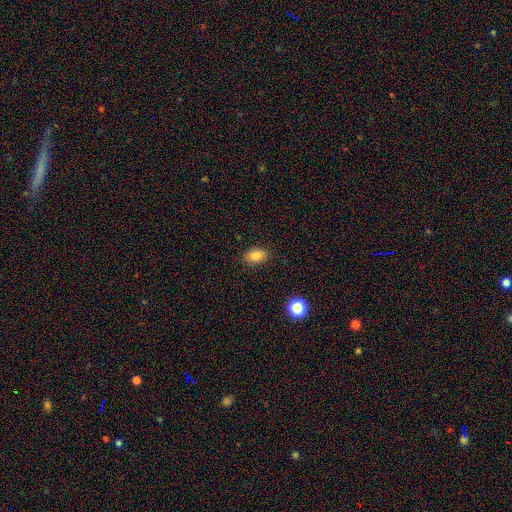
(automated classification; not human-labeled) Morphology: type=smooth (83%); roundness=in between (86%); merging=none (87%).